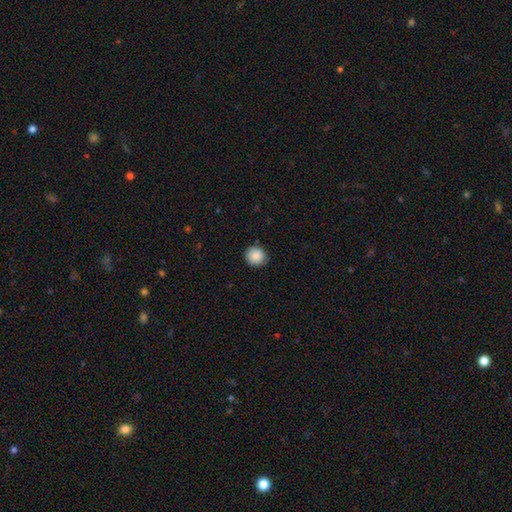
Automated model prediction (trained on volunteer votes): This appears to be a smooth galaxy with no disk features (88%) that is round (91%). Merging: none (89%).